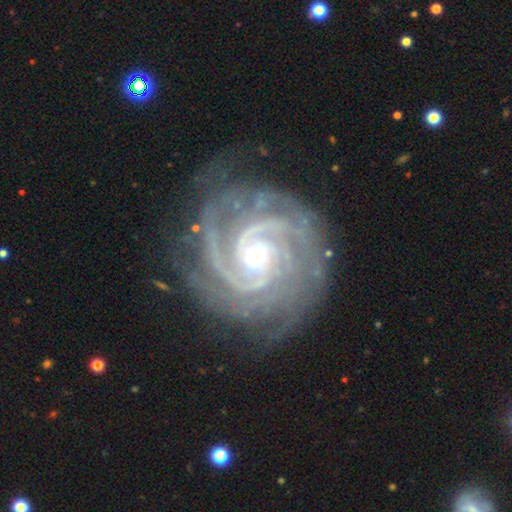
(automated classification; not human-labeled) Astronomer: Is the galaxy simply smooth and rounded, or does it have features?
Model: featured or disk — 93%.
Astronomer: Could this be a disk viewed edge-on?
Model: no — 98%.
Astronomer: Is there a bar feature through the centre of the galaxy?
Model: no — 51% (runner-up: weak, 32%).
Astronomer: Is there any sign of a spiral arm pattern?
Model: yes — 99%.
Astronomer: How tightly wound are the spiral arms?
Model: tight — 78%.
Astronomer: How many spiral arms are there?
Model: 3 — 28% (runner-up: 2, 26%).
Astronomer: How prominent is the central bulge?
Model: moderate — 50% (runner-up: small, 46%).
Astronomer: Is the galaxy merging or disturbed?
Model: none — 79%.